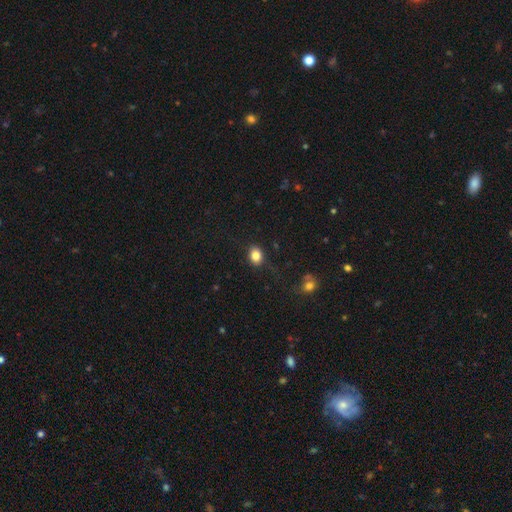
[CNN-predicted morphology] Smooth or featured: smooth — 84% (star or artifact — 10%)
How rounded: in between — 64% (round — 34%)
Merging: none — 83% (minor disturbance — 11%)